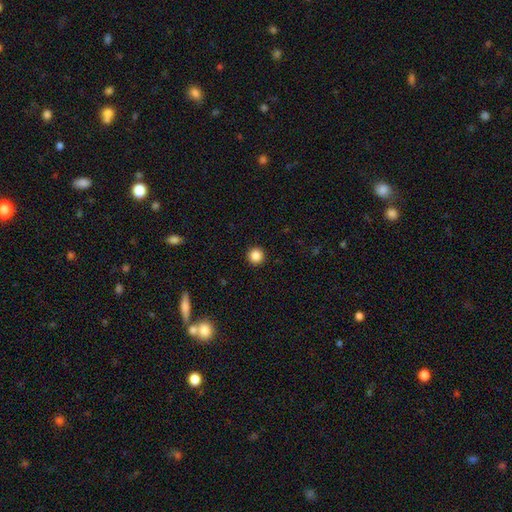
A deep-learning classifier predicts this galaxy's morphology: Q: Smooth or featured?
A: smooth (86%); runner-up: star or artifact (10%)
Q: How rounded?
A: round (96%); runner-up: in between (3%)
Q: Merging?
A: none (93%); runner-up: minor disturbance (4%)